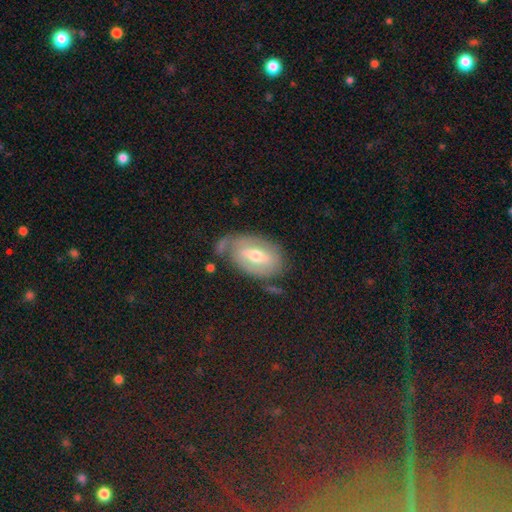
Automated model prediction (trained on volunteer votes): A featured or disk galaxy (61%) with a weak bar (44%), spiral arms (60%) and a moderate central bulge (67%). Merging: none (55%).